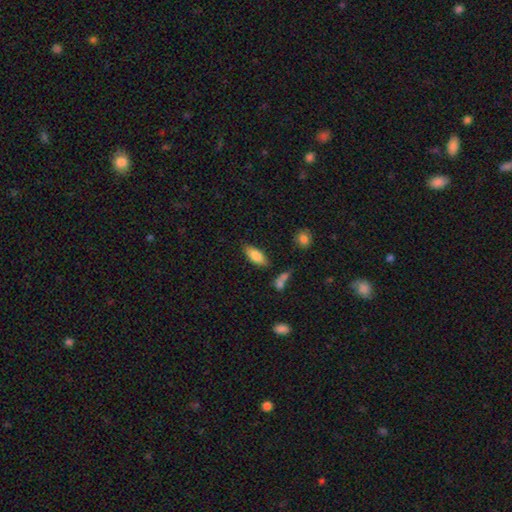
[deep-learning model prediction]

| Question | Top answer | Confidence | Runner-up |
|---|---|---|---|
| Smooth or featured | smooth | 79% | featured or disk (14%) |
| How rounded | in between | 80% | cigar-shaped (17%) |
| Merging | none | 77% | minor disturbance (14%) |